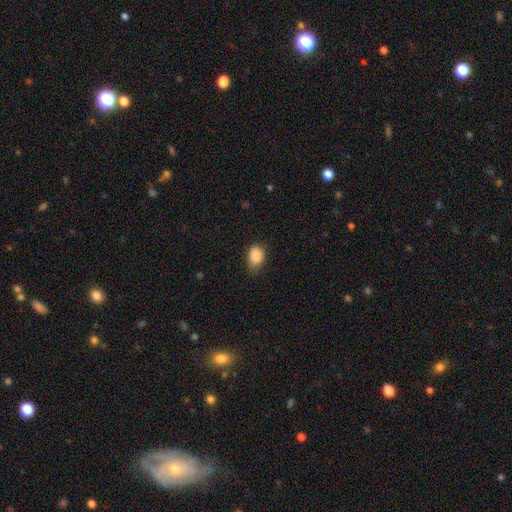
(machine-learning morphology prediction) type=smooth (88%); roundness=in between (64%); merging=none (63%).